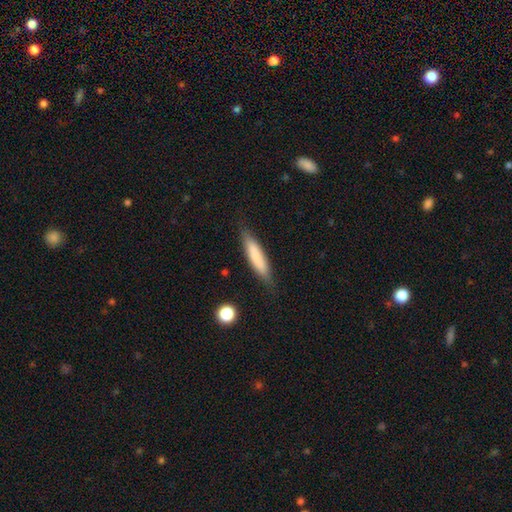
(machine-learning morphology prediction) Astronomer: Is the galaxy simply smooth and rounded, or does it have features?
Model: smooth — 75%.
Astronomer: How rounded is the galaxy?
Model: cigar-shaped — 85%.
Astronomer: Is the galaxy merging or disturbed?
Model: none — 83%.